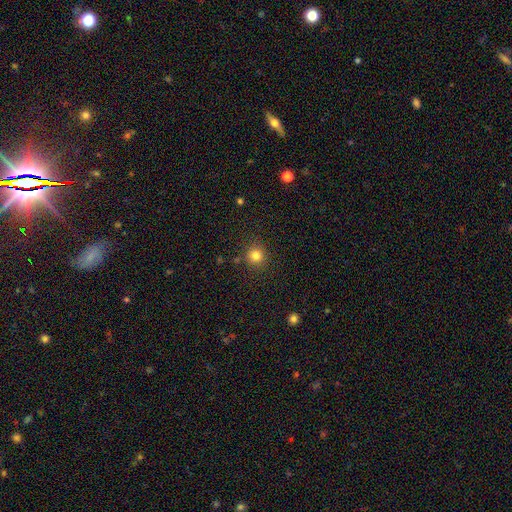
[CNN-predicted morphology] type=smooth (81%); roundness=round (93%); merging=none (87%).